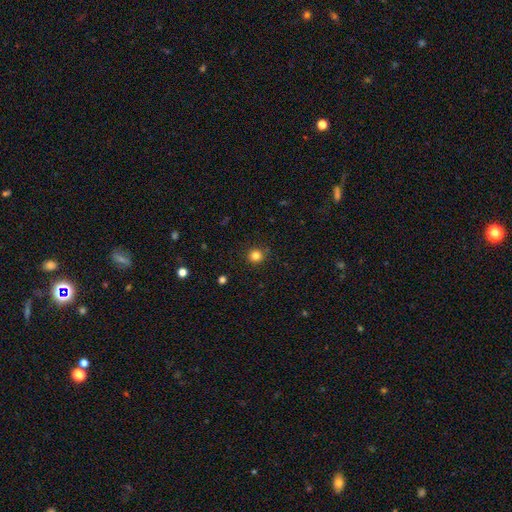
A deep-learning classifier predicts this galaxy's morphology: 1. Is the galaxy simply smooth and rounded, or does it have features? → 82% smooth, 13% star or artifact, 5% featured or disk.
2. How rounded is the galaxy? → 94% round, 5% in between, 1% cigar-shaped.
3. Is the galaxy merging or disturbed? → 91% none, 6% minor disturbance, 2% major disturbance, 1% merger.